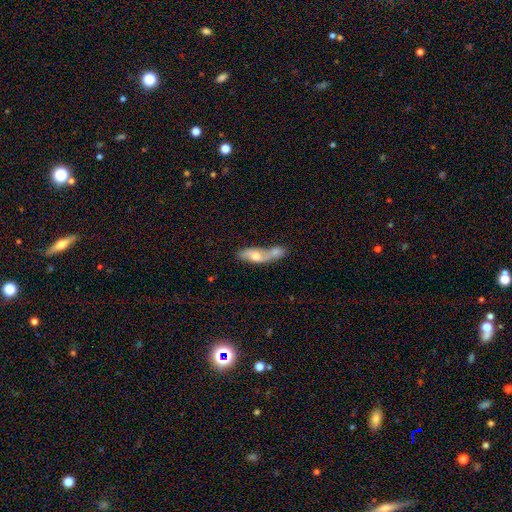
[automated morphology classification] type=smooth (54%); roundness=in between (63%); merging=merger (67%).